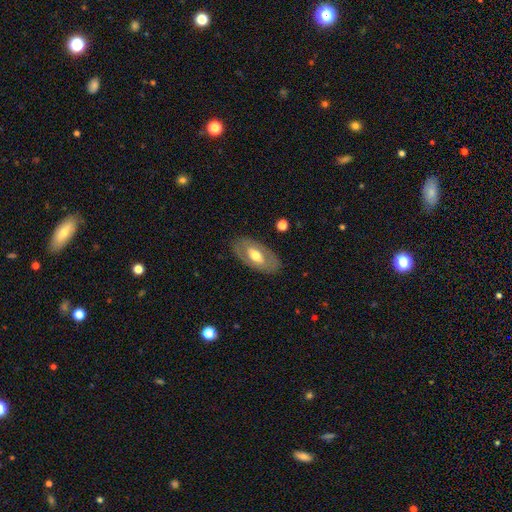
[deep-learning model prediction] The model was most divided on "smooth or featured": featured or disk: 51%, smooth: 44%, star or artifact: 6%. More confident: edge-on disk — no (86%); merging — none (83%).